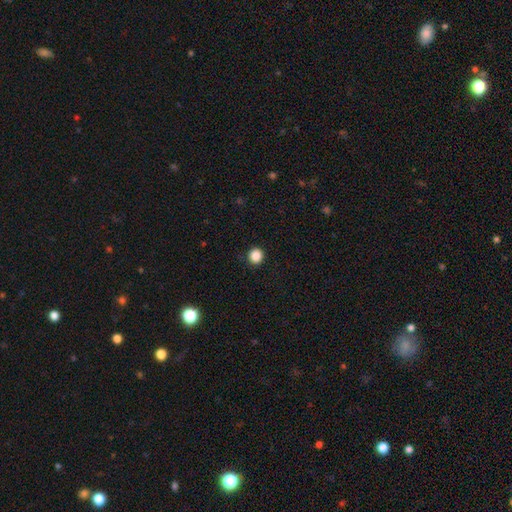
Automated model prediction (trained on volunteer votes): smooth 87%, star or artifact 10%, featured or disk 3%. Down the decision tree: how rounded — round (91%); merging — none (92%).